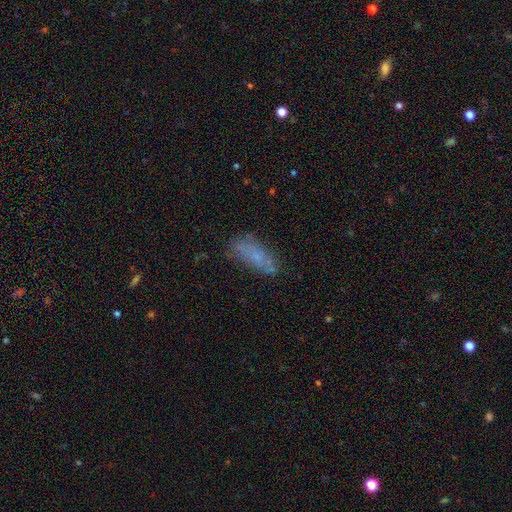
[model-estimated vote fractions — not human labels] A smooth galaxy with no disk features (60%) that is in between round and cigar-shaped (66%). Merging: none (61%).